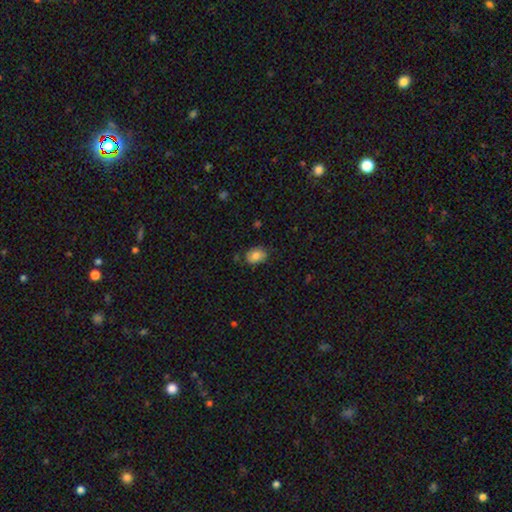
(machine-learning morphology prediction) smooth-or-featured: smooth: 78% | featured or disk: 13% | star or artifact: 8%
  how-rounded: in between: 74% | round: 25% | cigar-shaped: 1%
  merging: none: 77% | minor disturbance: 18% | major disturbance: 3% | merger: 2%